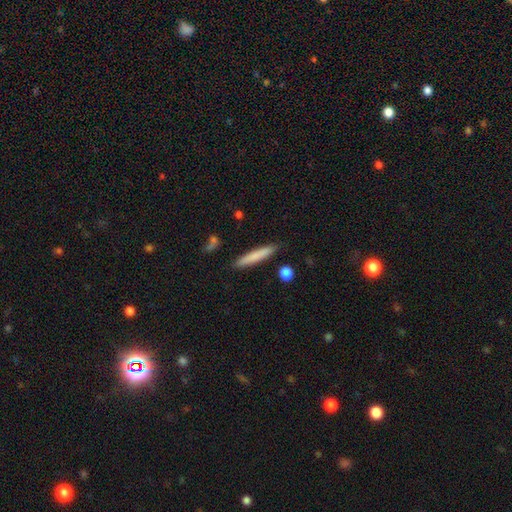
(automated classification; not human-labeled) Smooth or featured? smooth (77%)
How rounded? cigar-shaped (93%)
Merging? none (88%)